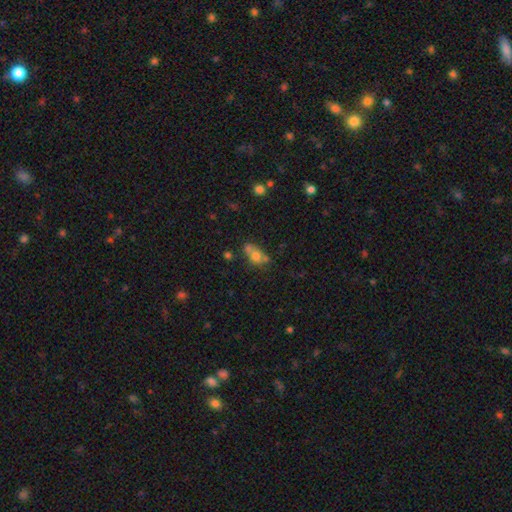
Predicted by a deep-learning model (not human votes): smooth 63%, featured or disk 24%, star or artifact 13%. Down the decision tree: how rounded — in between (63%); merging — none (38%).